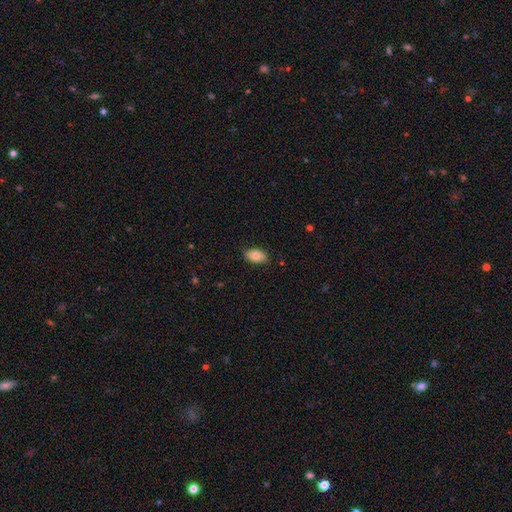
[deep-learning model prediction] Smooth or featured? Predicted: smooth (p=0.78). How rounded? Predicted: in between (p=0.91). Merging? Predicted: none (p=0.82).